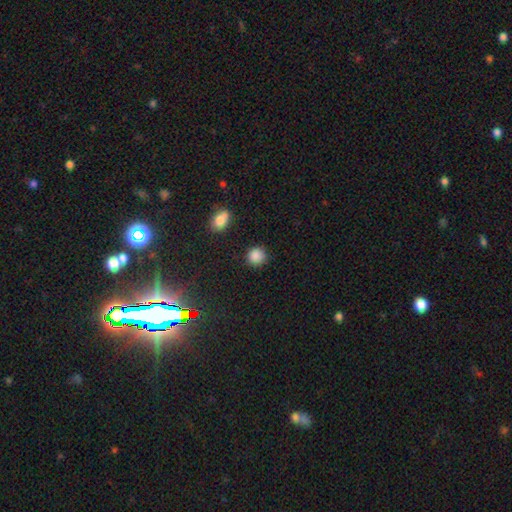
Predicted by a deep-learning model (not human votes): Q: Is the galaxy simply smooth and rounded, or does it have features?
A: smooth — 87%.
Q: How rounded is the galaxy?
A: round — 89%.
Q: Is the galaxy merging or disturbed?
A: none — 86%.